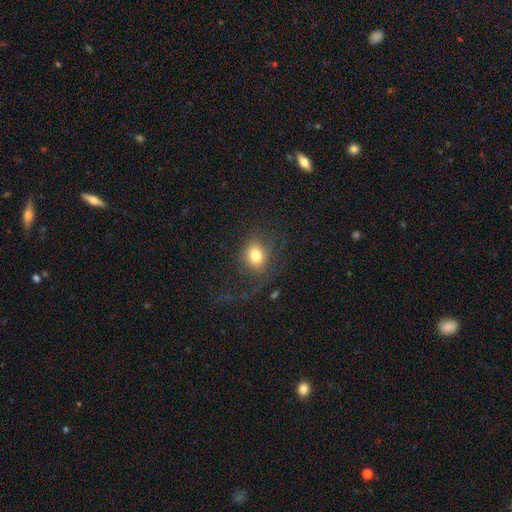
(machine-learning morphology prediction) Smooth or featured? Predicted: smooth (p=0.72). How rounded? Predicted: round (p=0.61). Merging? Predicted: none (p=0.56).